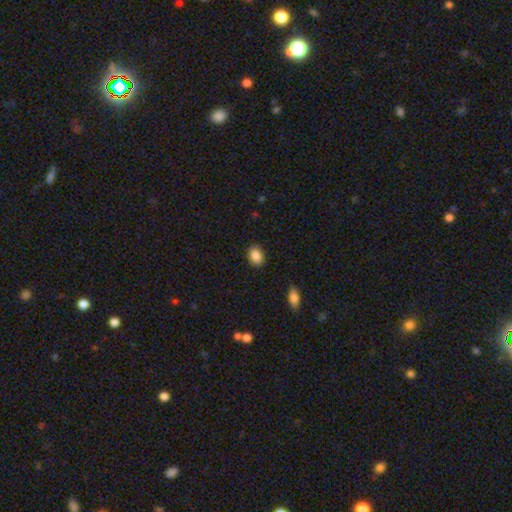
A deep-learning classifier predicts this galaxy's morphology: smooth 88%, star or artifact 8%, featured or disk 4%. Down the decision tree: how rounded — in between (68%); merging — none (89%).